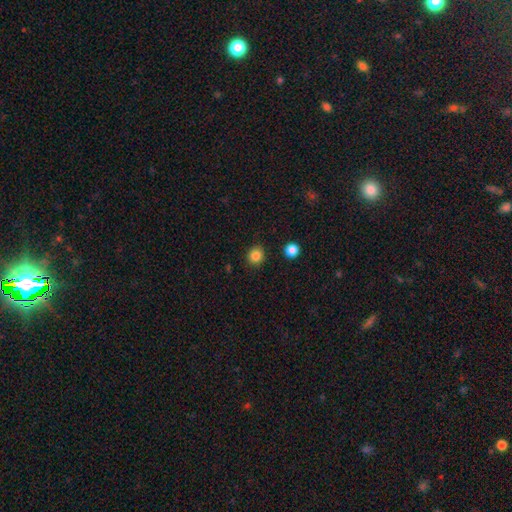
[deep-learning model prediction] Smooth or featured? smooth (85%)
How rounded? round (85%)
Merging? none (90%)